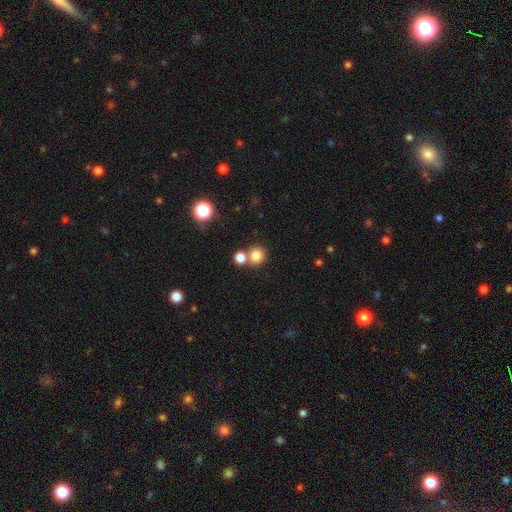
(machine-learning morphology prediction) A smooth galaxy with no disk features (81%) that is round (86%). Merging: none (59%).